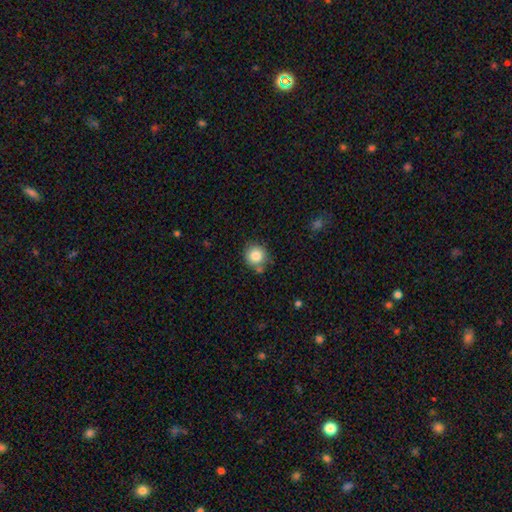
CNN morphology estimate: Smooth or featured?
  - smooth: 84% *
  - star or artifact: 10%
  - featured or disk: 6%
How rounded?
  - round: 92% *
  - in between: 7%
  - cigar-shaped: 1%
Merging?
  - none: 76% *
  - minor disturbance: 13%
  - merger: 7%
  - major disturbance: 3%